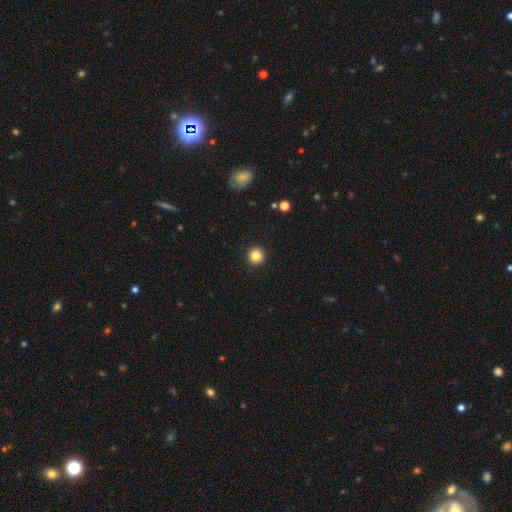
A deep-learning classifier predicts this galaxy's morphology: A smooth galaxy with no disk features (85%) that is round (95%).

Vote fractions:
- Smooth or featured? smooth: 85% / star or artifact: 11% / featured or disk: 4%
- How rounded? round: 95% / in between: 4% / cigar-shaped: 1%
- Merging? none: 93% / minor disturbance: 4% / major disturbance: 2% / merger: 1%